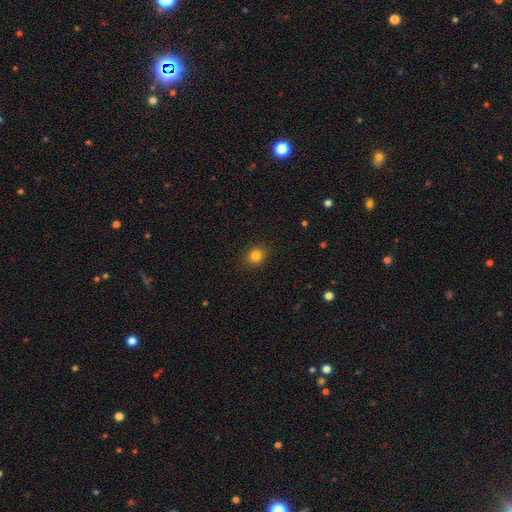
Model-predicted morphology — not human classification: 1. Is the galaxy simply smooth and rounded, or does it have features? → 83% smooth, 12% star or artifact, 5% featured or disk.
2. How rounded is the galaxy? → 69% round, 30% in between, 1% cigar-shaped.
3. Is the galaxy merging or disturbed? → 88% none, 8% minor disturbance, 2% major disturbance, 1% merger.